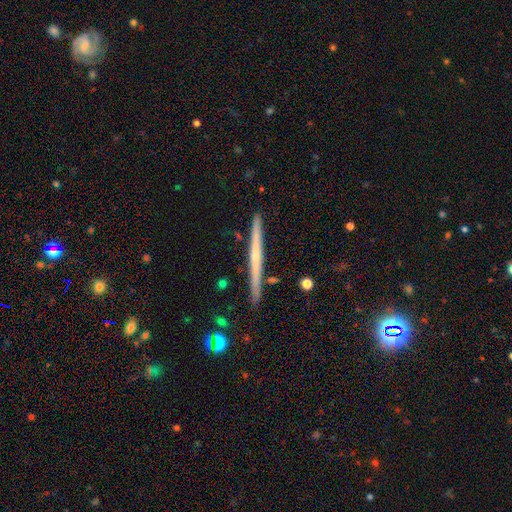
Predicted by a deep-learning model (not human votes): Smooth or featured? featured or disk (62%)
Edge-on disk? yes (98%)
Edge-on bulge? none (63%)
Merging? none (90%)